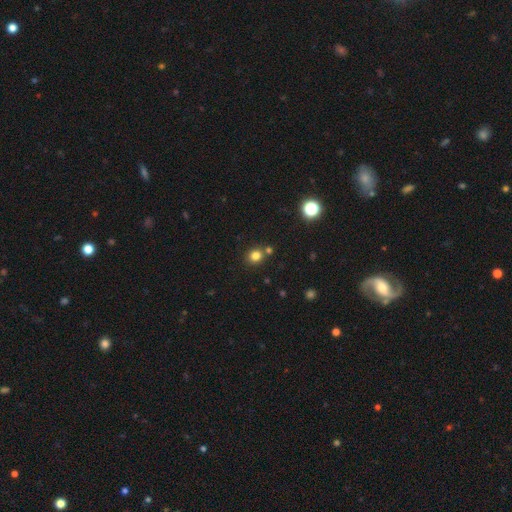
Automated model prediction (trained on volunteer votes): smooth 80%, star or artifact 15%, featured or disk 6%. Down the decision tree: how rounded — round (79%); merging — none (74%).